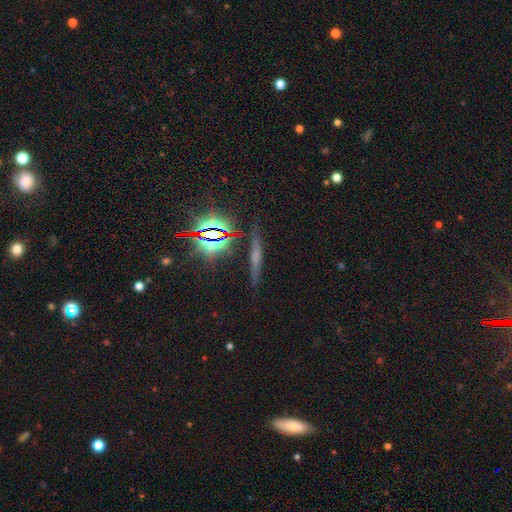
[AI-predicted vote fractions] smooth-or-featured: featured or disk: 37% | smooth: 34% | star or artifact: 29%
  merging: none: 84% | minor disturbance: 10% | major disturbance: 3% | merger: 2%